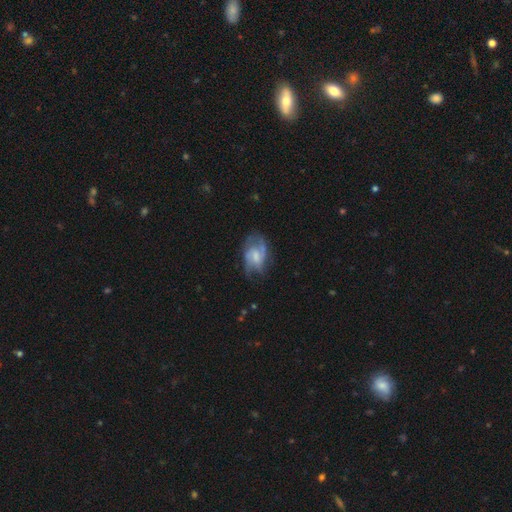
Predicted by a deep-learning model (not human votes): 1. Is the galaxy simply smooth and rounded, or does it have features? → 69% featured or disk, 24% smooth, 7% star or artifact.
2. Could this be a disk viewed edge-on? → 97% no, 3% yes.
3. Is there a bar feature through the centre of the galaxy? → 50% weak, 38% no, 12% strong.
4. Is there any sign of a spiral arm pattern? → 85% yes, 15% no.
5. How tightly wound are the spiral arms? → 48% medium, 27% loose, 25% tight.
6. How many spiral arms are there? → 55% 2, 23% can't tell, 11% 3, 6% 1, 3% 4, 2% more than 4.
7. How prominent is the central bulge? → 35% moderate, 32% small, 23% none, 9% large, 1% dominant.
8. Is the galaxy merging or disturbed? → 57% none, 24% minor disturbance, 17% major disturbance, 2% merger.